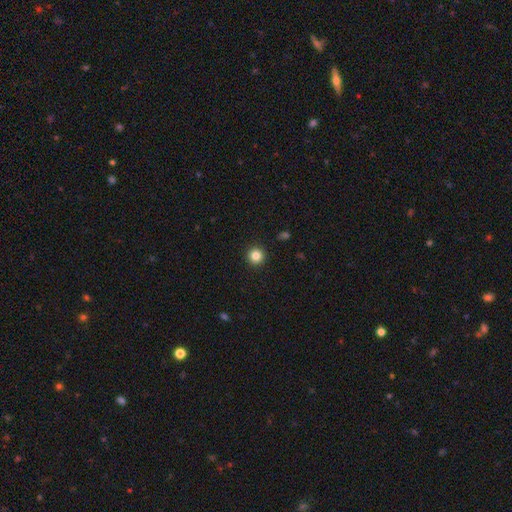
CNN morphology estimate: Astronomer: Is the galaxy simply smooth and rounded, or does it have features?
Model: smooth — 83%.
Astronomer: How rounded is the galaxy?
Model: round — 96%.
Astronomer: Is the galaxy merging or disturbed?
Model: none — 94%.